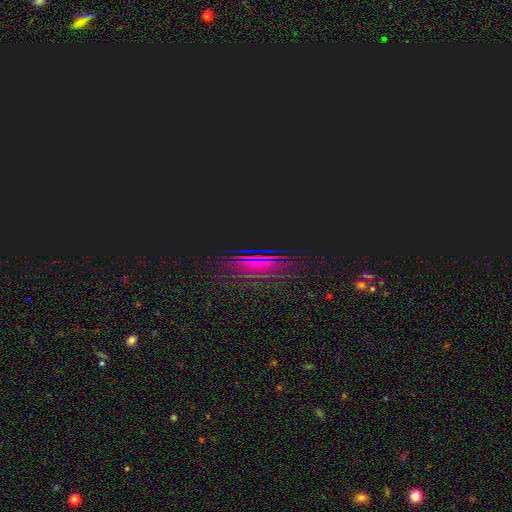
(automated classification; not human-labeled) Smooth or featured? star or artifact (71%)